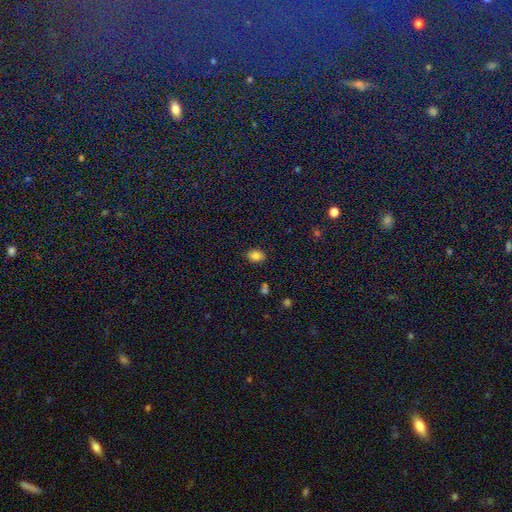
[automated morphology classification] Q: Smooth or featured?
A: smooth (83%); runner-up: star or artifact (10%)
Q: How rounded?
A: in between (72%); runner-up: round (27%)
Q: Merging?
A: none (87%); runner-up: minor disturbance (9%)